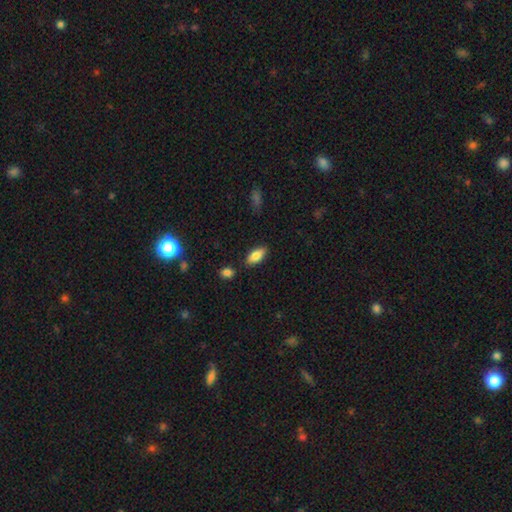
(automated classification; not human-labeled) A smooth galaxy with no disk features (80%) that is in between round and cigar-shaped (84%). Merging: none (84%).